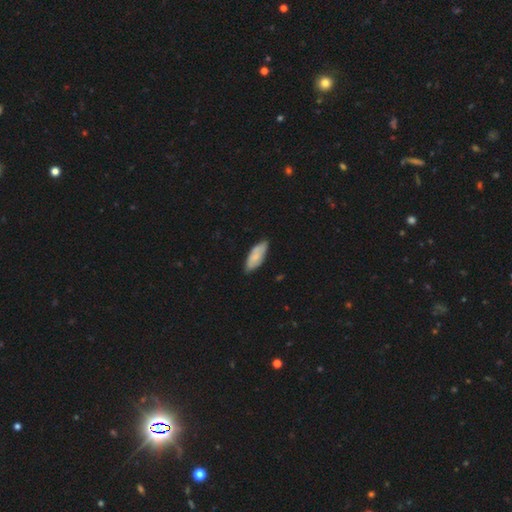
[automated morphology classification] smooth_or_featured: smooth (p=0.73) [alt: featured or disk p=0.21]
how_rounded: in between (p=0.80) [alt: cigar-shaped p=0.18]
merging: none (p=0.73) [alt: minor disturbance p=0.22]